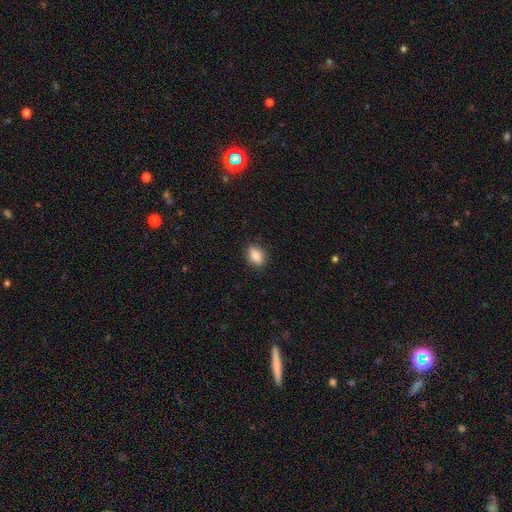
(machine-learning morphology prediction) This appears to be a smooth galaxy with no disk features (87%) that is in between round and cigar-shaped (81%). Merging: none (85%).